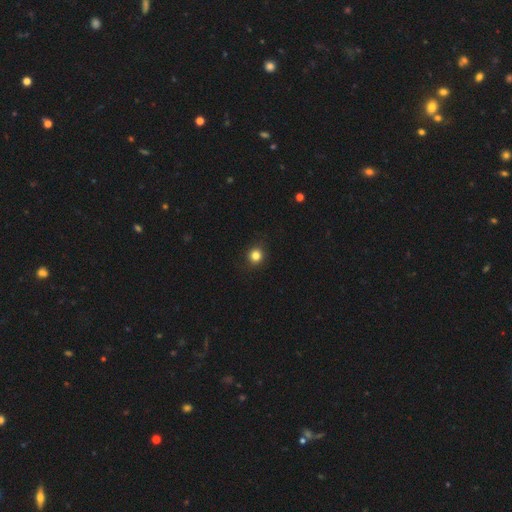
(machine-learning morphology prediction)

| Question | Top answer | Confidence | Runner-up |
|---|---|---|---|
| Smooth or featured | smooth | 83% | star or artifact (12%) |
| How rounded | round | 88% | in between (12%) |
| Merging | none | 91% | minor disturbance (7%) |